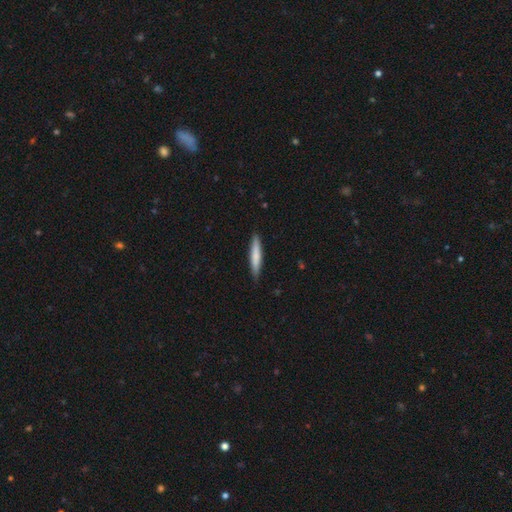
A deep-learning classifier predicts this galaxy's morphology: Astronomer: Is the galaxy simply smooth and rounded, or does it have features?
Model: smooth — 71%.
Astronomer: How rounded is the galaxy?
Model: cigar-shaped — 91%.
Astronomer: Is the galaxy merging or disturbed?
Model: none — 87%.